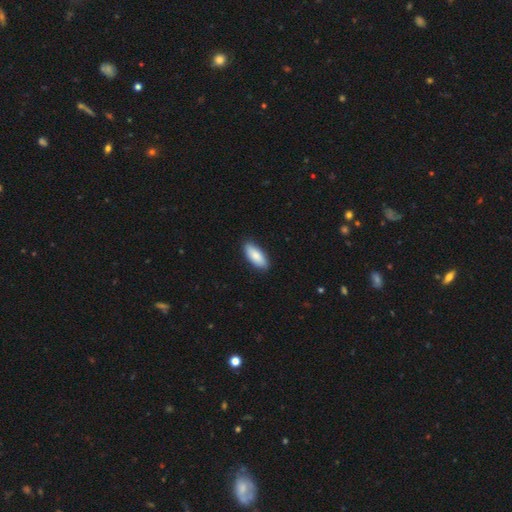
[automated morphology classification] Smooth or featured? smooth (86%)
How rounded? in between (80%)
Merging? none (87%)